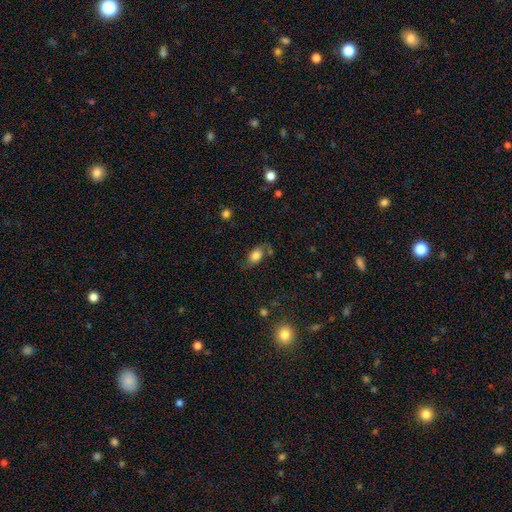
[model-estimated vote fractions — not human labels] Smooth or featured? Predicted: smooth (p=0.74). How rounded? Predicted: in between (p=0.86). Merging? Predicted: none (p=0.64).